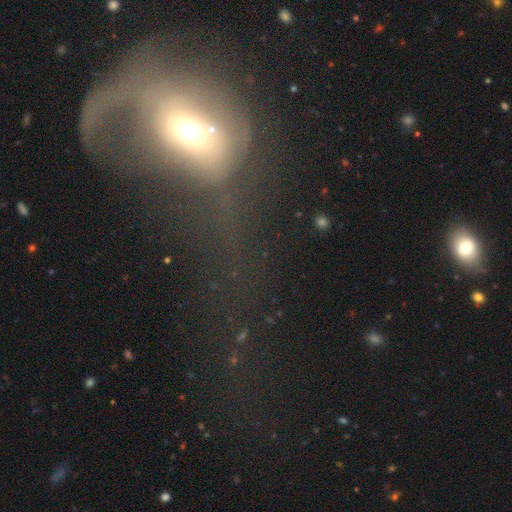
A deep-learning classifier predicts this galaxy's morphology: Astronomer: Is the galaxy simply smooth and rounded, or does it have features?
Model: smooth — 41% (runner-up: featured or disk, 39%).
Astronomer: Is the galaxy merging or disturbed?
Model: major disturbance — 58%.